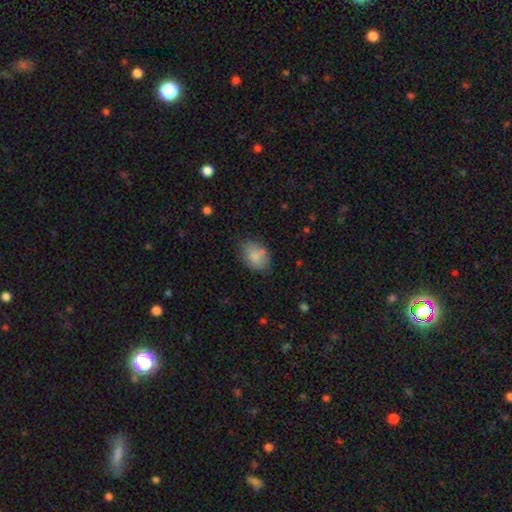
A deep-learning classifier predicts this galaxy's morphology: smooth_or_featured: smooth (p=0.81) [alt: featured or disk p=0.11]
how_rounded: in between (p=0.71) [alt: round p=0.28]
merging: none (p=0.64) [alt: minor disturbance p=0.24]